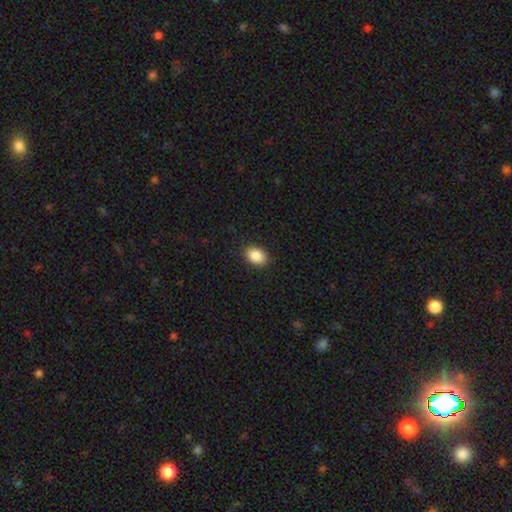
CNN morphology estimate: This is clearly a smooth galaxy (88%). How rounded: likely in between (79%). Merging: clearly none (89%).